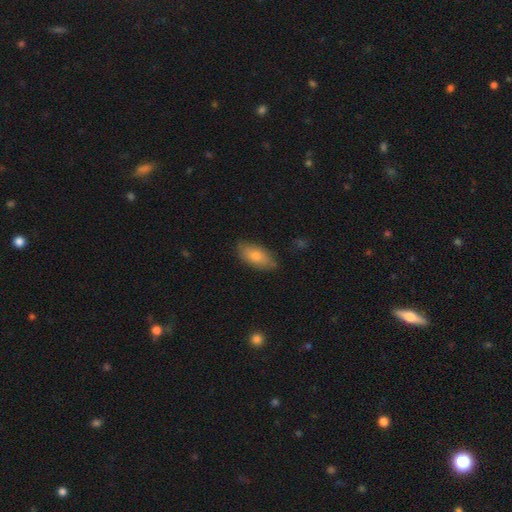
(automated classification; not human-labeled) This appears to be a smooth galaxy with no disk features (74%) that is in between round and cigar-shaped (88%). Merging: none (81%).